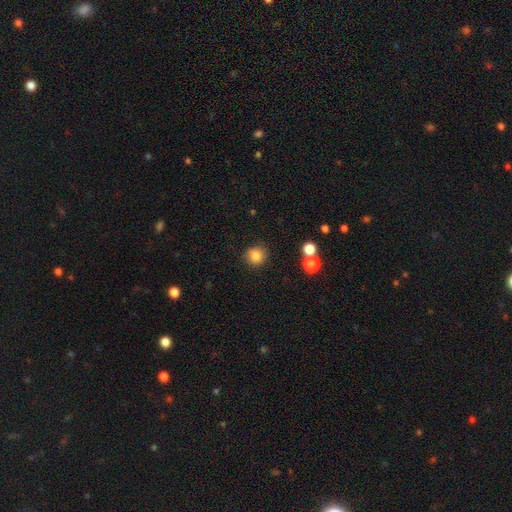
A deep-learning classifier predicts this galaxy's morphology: Smooth or featured: smooth — 83% (star or artifact — 11%)
How rounded: round — 89% (in between — 10%)
Merging: none — 82% (minor disturbance — 11%)